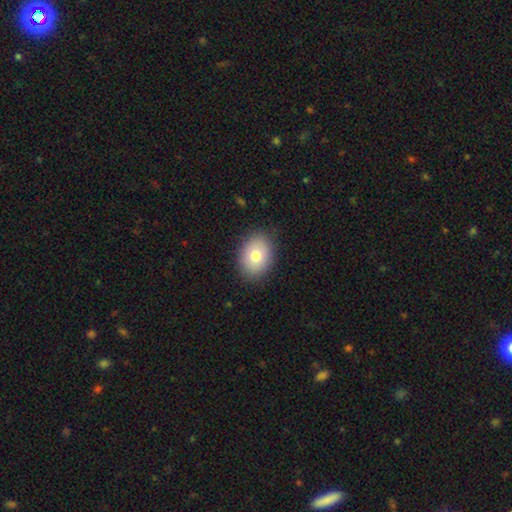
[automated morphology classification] This is likely a smooth galaxy (78%). How rounded: likely in between (68%). Merging: clearly none (87%).